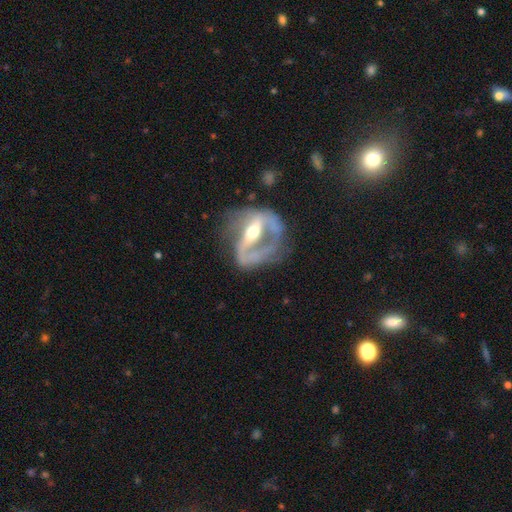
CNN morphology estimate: featured or disk 82%, smooth 12%, star or artifact 6%. Down the decision tree: edge-on disk — no (92%); bar — strong (55%); spiral arms — yes (70%); spiral arm count — 2 (51%); spiral winding — medium (41%); bulge size — moderate (68%); merging — major disturbance (37%, tied with none).